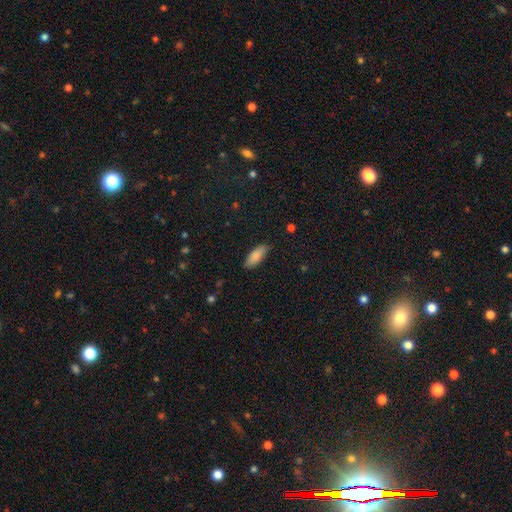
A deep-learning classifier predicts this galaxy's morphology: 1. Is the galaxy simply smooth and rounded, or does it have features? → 86% smooth, 8% featured or disk, 6% star or artifact.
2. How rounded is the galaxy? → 72% in between, 26% cigar-shaped, 2% round.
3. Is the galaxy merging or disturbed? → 84% none, 12% minor disturbance, 2% major disturbance, 1% merger.